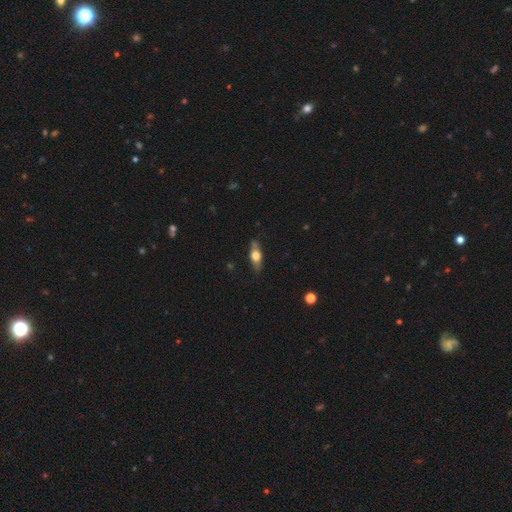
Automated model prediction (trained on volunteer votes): Overall: smooth (52%; featured or disk 42%). How rounded: in between (61%; cigar-shaped 34%). Merging: none (81%).